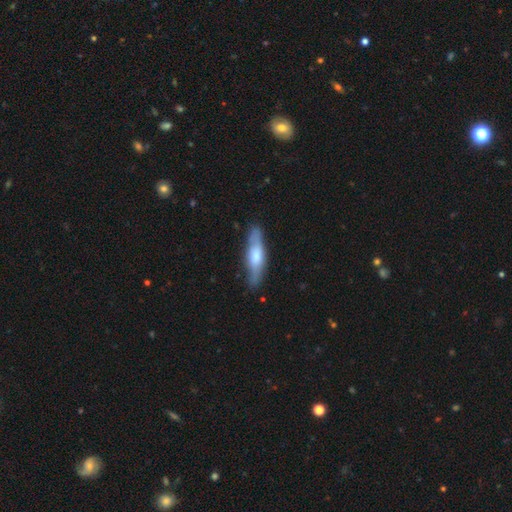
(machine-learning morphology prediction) smooth-or-featured: featured or disk: 50% | smooth: 44% | star or artifact: 5%
  disk-edge-on: yes: 83% | no: 17%
  merging: none: 84% | minor disturbance: 13% | major disturbance: 2% | merger: 1%